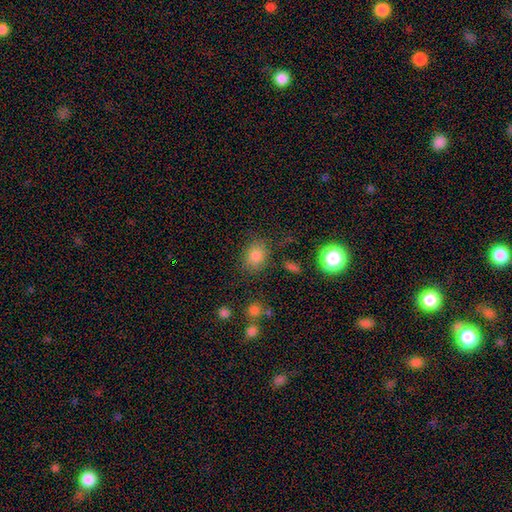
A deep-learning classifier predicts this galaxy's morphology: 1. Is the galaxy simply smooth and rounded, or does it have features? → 81% smooth, 13% star or artifact, 6% featured or disk.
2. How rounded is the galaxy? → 55% round, 44% in between, 1% cigar-shaped.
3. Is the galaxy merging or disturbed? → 78% none, 13% minor disturbance, 5% major disturbance, 4% merger.